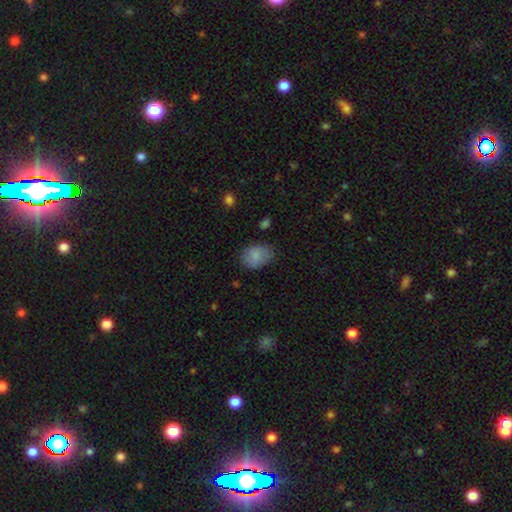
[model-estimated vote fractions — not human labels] A smooth galaxy with no disk features (83%) that is in between round and cigar-shaped (74%). Merging: none (72%).